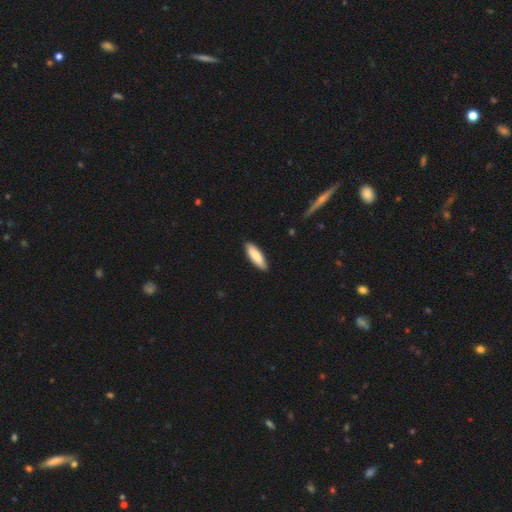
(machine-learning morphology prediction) A smooth galaxy with no disk features (85%) that is cigar-shaped (53%). Merging: none (88%).